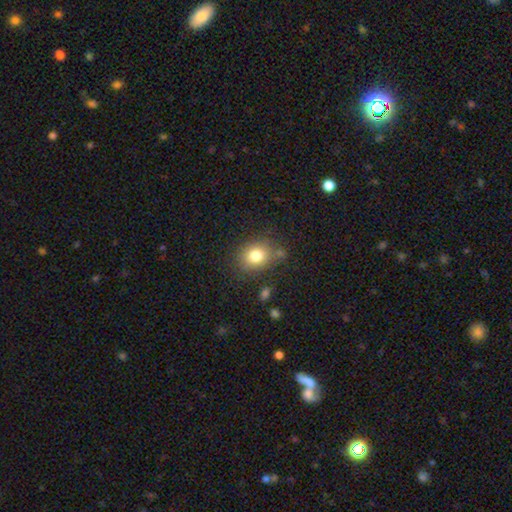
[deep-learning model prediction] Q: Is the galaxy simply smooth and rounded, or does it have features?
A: smooth — 80%.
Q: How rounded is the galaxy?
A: round — 60%.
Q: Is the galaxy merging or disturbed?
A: none — 76%.